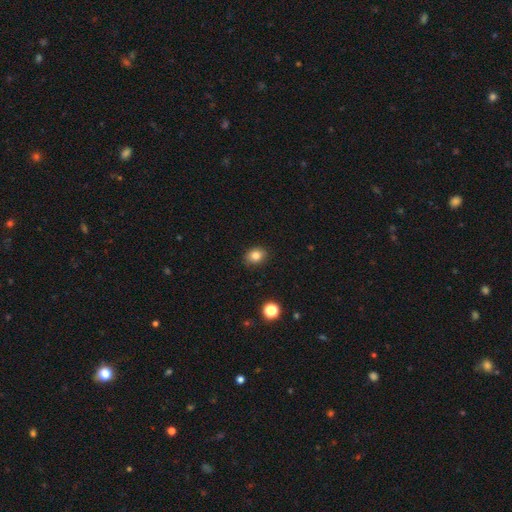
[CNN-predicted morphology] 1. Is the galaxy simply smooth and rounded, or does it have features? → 82% smooth, 11% star or artifact, 7% featured or disk.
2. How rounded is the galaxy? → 51% in between, 48% round, 1% cigar-shaped.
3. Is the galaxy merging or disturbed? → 88% none, 9% minor disturbance, 2% major disturbance, 1% merger.